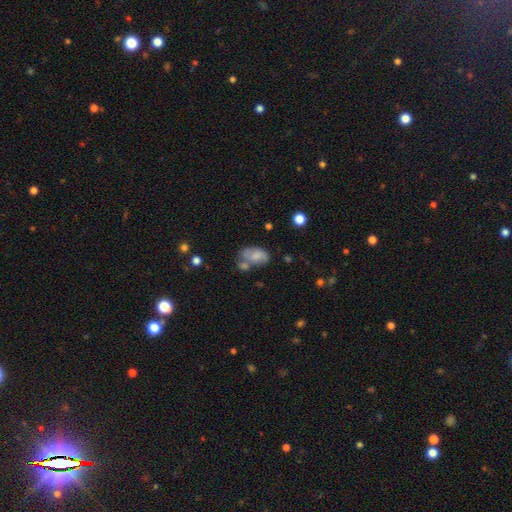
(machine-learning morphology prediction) Smooth or featured?
  - smooth: 67% *
  - featured or disk: 24%
  - star or artifact: 9%
How rounded?
  - in between: 88% *
  - round: 10%
  - cigar-shaped: 2%
Merging?
  - none: 35% *
  - merger: 32%
  - minor disturbance: 22%
  - major disturbance: 12%